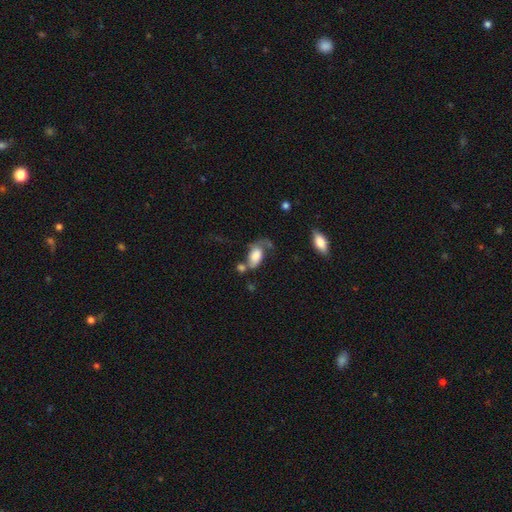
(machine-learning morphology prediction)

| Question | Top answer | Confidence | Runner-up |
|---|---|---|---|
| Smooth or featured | smooth | 67% | featured or disk (24%) |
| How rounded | in between | 92% | round (5%) |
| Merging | major disturbance | 29% | none (27%) |